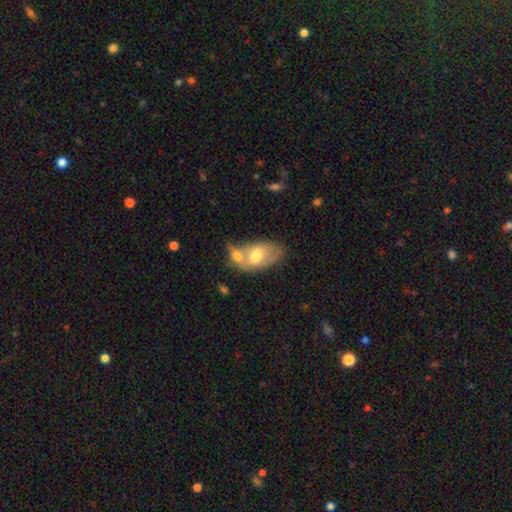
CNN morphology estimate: This is possibly a smooth galaxy (55%). How rounded: clearly in between (89%). Merging: possibly merger (53%).